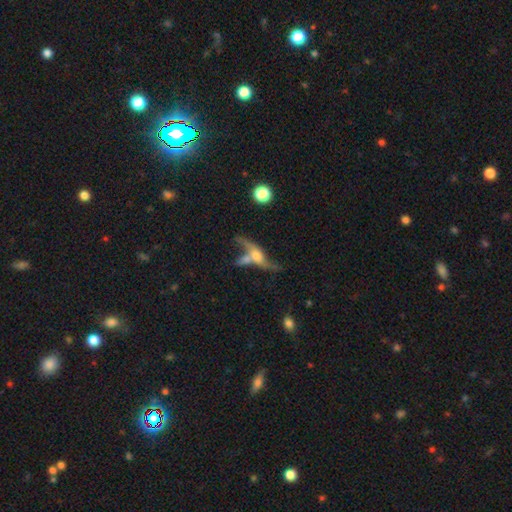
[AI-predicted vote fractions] Q: Smooth or featured?
A: featured or disk (71%); runner-up: smooth (19%)
Q: Edge-on disk?
A: no (68%); runner-up: yes (32%)
Q: Merging?
A: merger (37%); runner-up: none (32%)